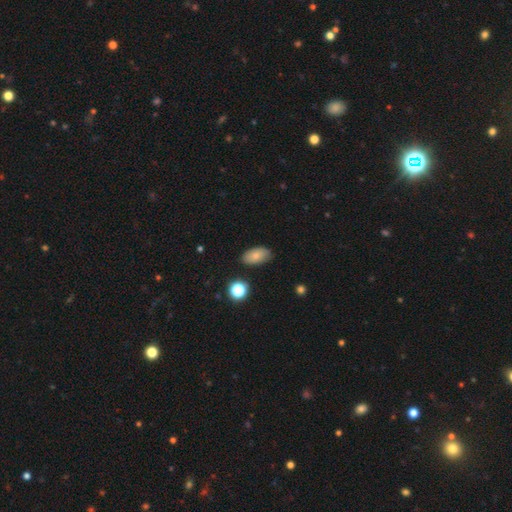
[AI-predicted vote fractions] A smooth galaxy with no disk features (78%) that is in between round and cigar-shaped (92%).

Vote fractions:
- Smooth or featured? smooth: 78% / featured or disk: 13% / star or artifact: 9%
- How rounded? in between: 92% / round: 6% / cigar-shaped: 2%
- Merging? none: 81% / minor disturbance: 14% / major disturbance: 3% / merger: 2%